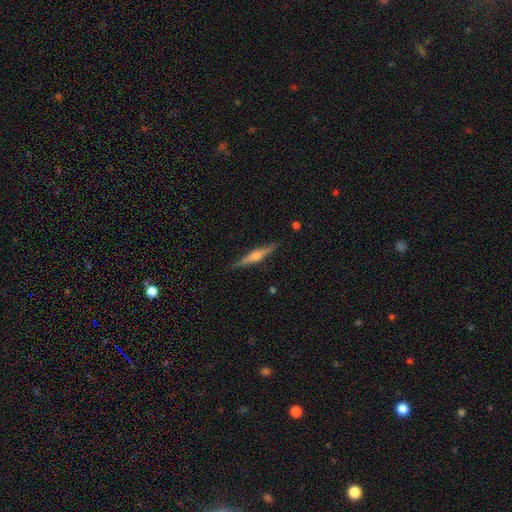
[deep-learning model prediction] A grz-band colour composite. It shows a featured or disk galaxy (75%) viewed edge-on (98%) with a rounded central bulge (89%). Merging: none (90%).